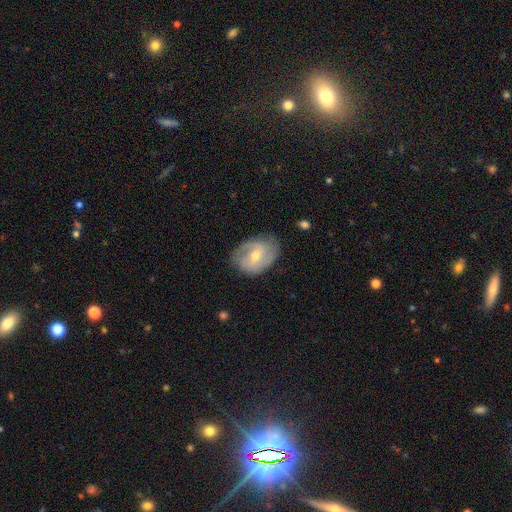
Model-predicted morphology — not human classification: The model was most divided on "spiral winding": medium: 42%, tight: 37%, loose: 21%. Remaining: edge-on disk — no (96%); spiral arms — yes (82%); merging — none (69%); smooth or featured — featured or disk (68%); spiral arm count — 2 (63%); bulge size — moderate (55%); bar — weak (47%).